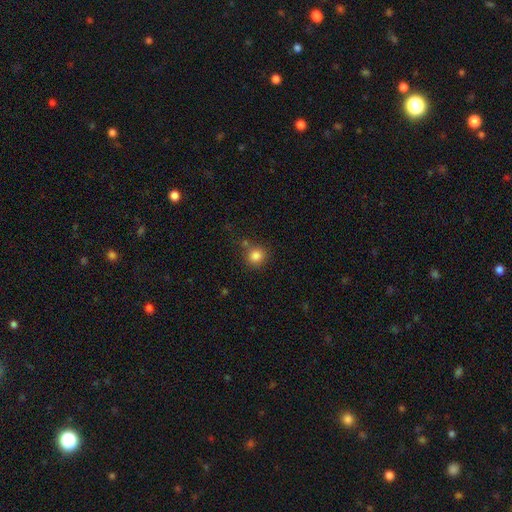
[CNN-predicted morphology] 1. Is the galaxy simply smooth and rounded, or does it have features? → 84% smooth, 11% star or artifact, 5% featured or disk.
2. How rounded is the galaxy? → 90% round, 9% in between, 1% cigar-shaped.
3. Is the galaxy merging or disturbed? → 75% none, 12% minor disturbance, 10% merger, 4% major disturbance.